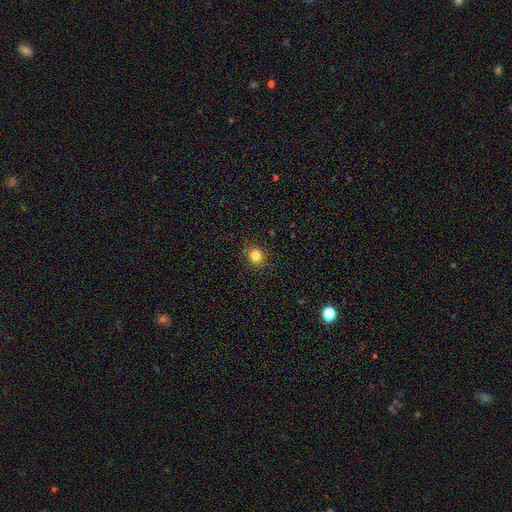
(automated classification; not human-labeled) smooth-or-featured: smooth: 82% | star or artifact: 12% | featured or disk: 5%
  how-rounded: round: 85% | in between: 14% | cigar-shaped: 1%
  merging: none: 86% | minor disturbance: 10% | major disturbance: 3% | merger: 1%